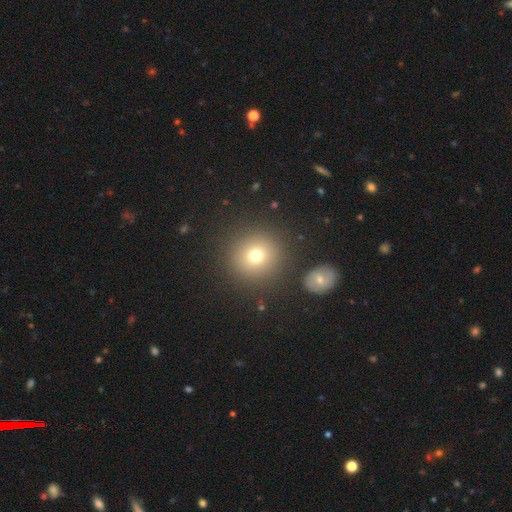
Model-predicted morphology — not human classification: This is likely a smooth galaxy (74%). How rounded: clearly round (92%). Merging: clearly none (86%).